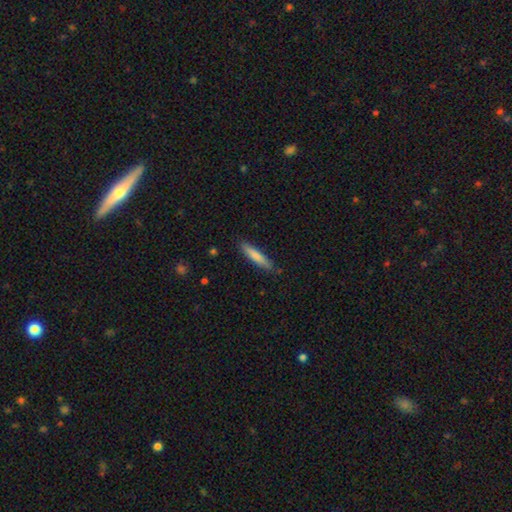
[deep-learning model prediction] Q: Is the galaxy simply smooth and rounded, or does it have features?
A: smooth — 78%.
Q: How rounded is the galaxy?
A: cigar-shaped — 88%.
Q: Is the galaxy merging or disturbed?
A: none — 86%.